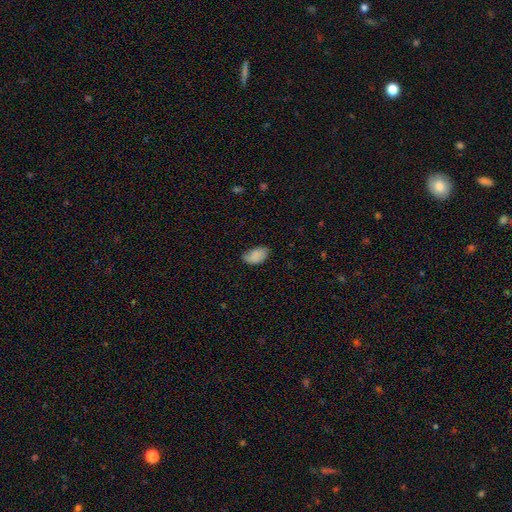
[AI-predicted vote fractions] A smooth galaxy with no disk features (84%) that is in between round and cigar-shaped (93%).

Vote fractions:
- Smooth or featured? smooth: 84% / featured or disk: 8% / star or artifact: 8%
- How rounded? in between: 93% / round: 6% / cigar-shaped: 1%
- Merging? none: 67% / minor disturbance: 26% / major disturbance: 6% / merger: 1%